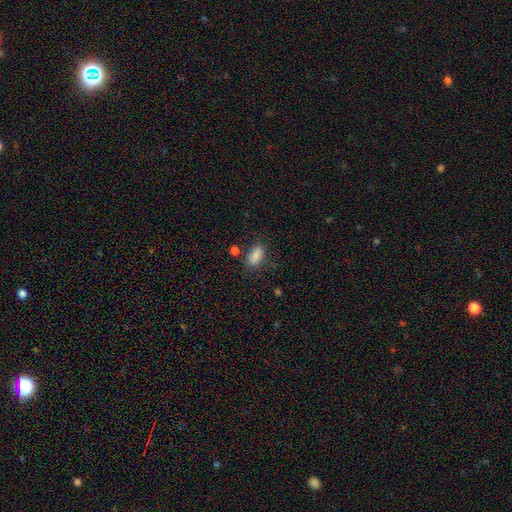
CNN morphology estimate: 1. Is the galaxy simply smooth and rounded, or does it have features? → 86% smooth, 9% star or artifact, 5% featured or disk.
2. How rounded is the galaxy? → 90% in between, 7% round, 3% cigar-shaped.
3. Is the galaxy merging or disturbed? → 72% none, 17% minor disturbance, 6% merger, 6% major disturbance.